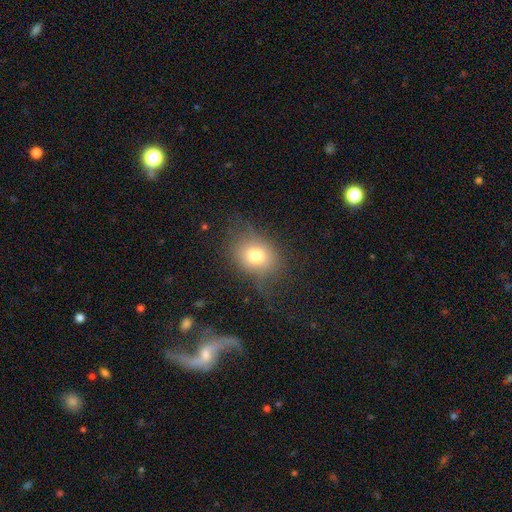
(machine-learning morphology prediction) Q: Smooth or featured?
A: smooth (72%); runner-up: featured or disk (15%)
Q: How rounded?
A: round (51%); runner-up: in between (48%)
Q: Merging?
A: none (63%); runner-up: minor disturbance (21%)